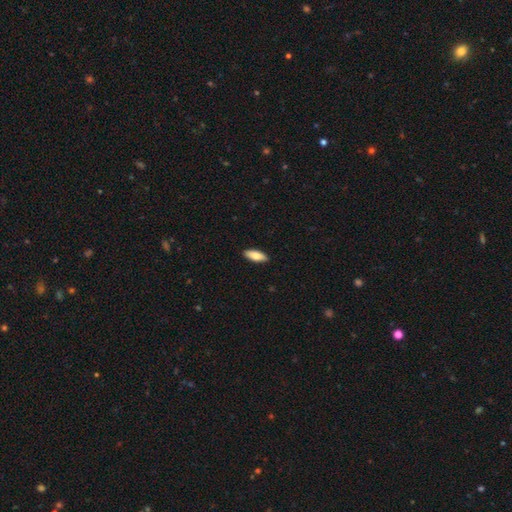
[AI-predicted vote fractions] Smooth or featured? Predicted: smooth (p=0.81). How rounded? Predicted: in between (p=0.70). Merging? Predicted: none (p=0.90).